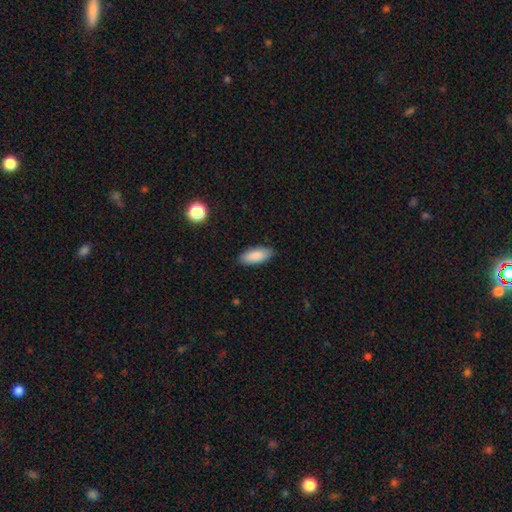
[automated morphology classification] Smooth or featured? Predicted: smooth (p=0.88). How rounded? Predicted: in between (p=0.82). Merging? Predicted: none (p=0.86).